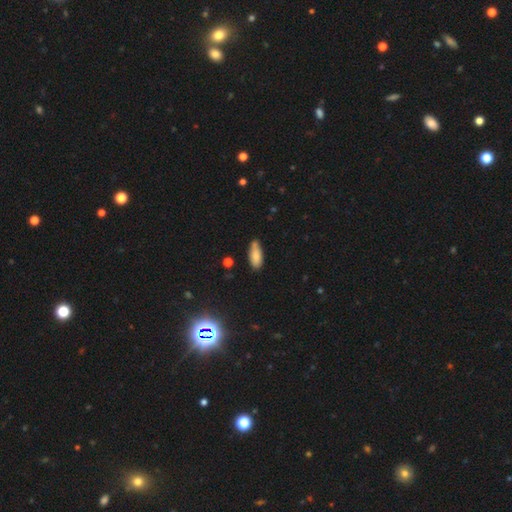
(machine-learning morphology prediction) type=smooth (81%); roundness=in between (77%); merging=none (65%).